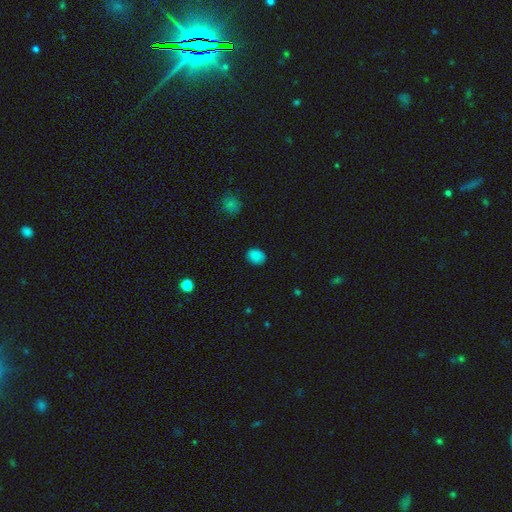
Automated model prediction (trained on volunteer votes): Morphology: type=smooth (85%); roundness=round (51%); merging=none (86%).